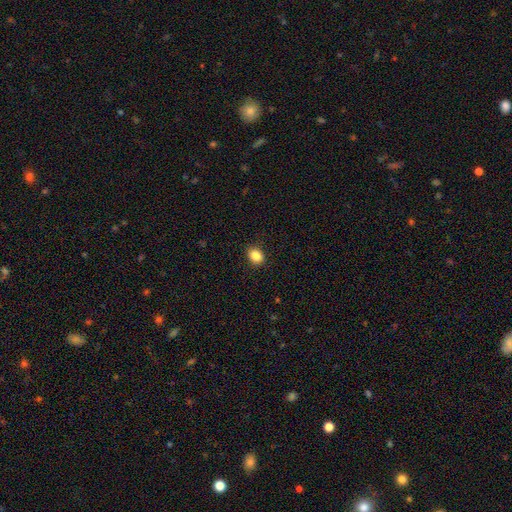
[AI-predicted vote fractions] Smooth or featured? smooth (87%)
How rounded? in between (58%)
Merging? none (88%)